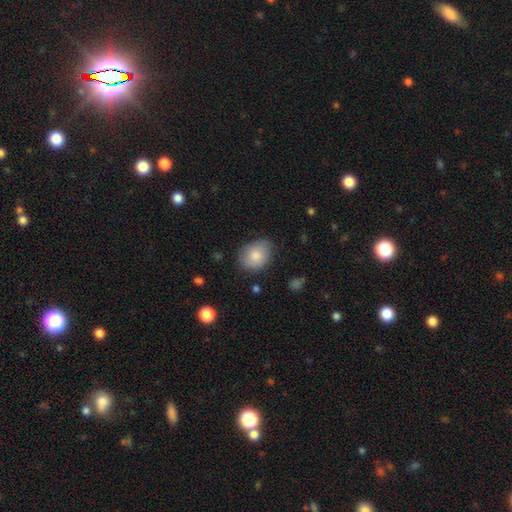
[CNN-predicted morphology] Smooth or featured? Predicted: smooth (p=0.81). How rounded? Predicted: in between (p=0.58). Merging? Predicted: none (p=0.70).